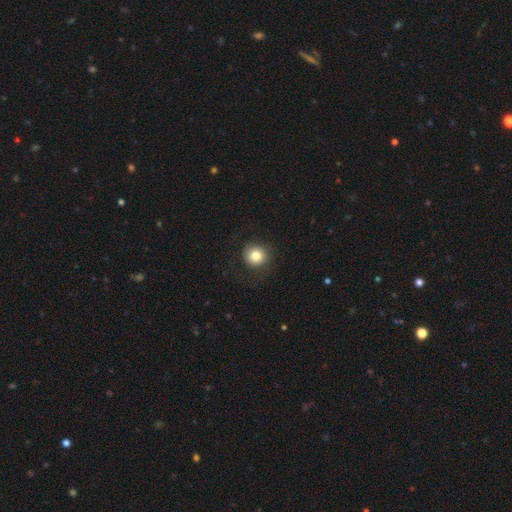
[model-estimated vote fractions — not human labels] Smooth or featured: smooth — 82% (star or artifact — 10%)
How rounded: round — 92% (in between — 7%)
Merging: none — 84% (minor disturbance — 10%)